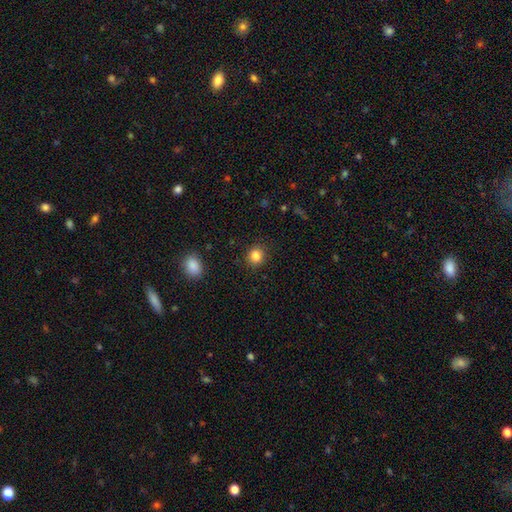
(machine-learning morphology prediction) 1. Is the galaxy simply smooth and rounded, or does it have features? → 84% smooth, 11% star or artifact, 4% featured or disk.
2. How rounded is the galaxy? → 84% round, 15% in between, 1% cigar-shaped.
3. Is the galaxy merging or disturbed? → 89% none, 7% minor disturbance, 2% major disturbance, 1% merger.